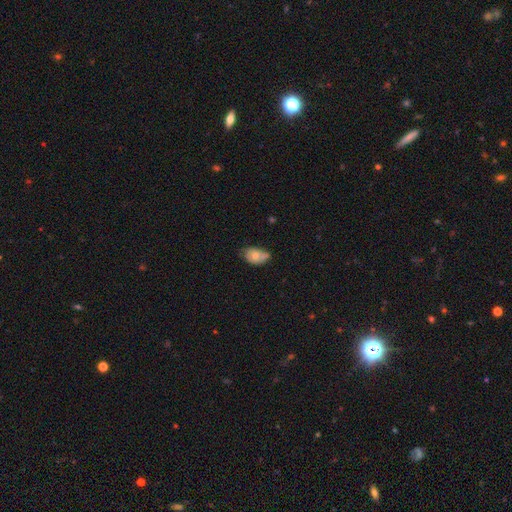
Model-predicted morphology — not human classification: Smooth or featured: smooth — 56% (featured or disk — 36%)
How rounded: in between — 82% (round — 17%)
Merging: none — 41% (minor disturbance — 38%)